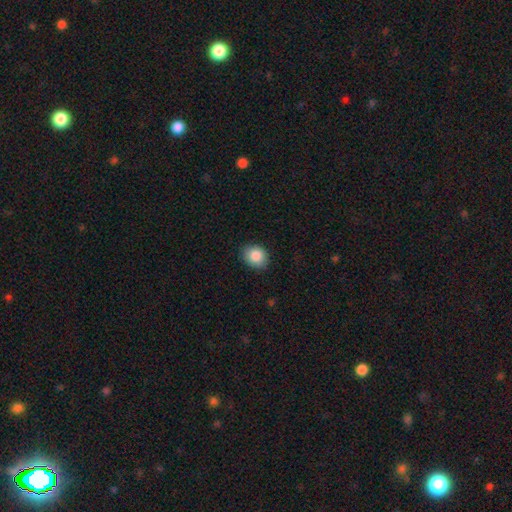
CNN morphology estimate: type=smooth (87%); roundness=round (55%); merging=none (86%).